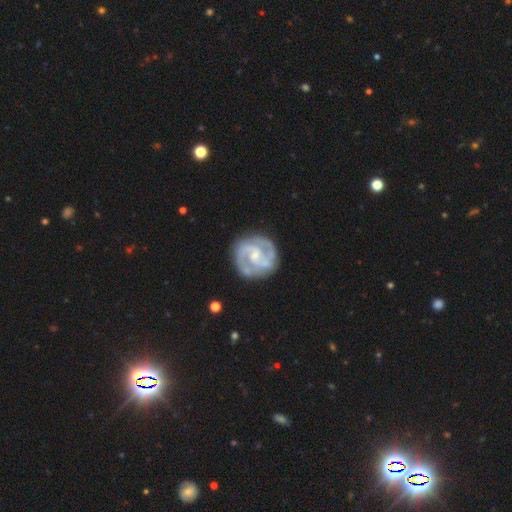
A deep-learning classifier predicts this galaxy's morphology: smooth-or-featured: featured or disk: 88% | smooth: 8% | star or artifact: 4%
  disk-edge-on: no: 98% | yes: 2%
    bar: weak: 49% | no: 36% | strong: 15%
    has-spiral-arms: yes: 97% | no: 3%
      spiral-winding: medium: 48% | tight: 43% | loose: 9%
      spiral-arm-count: 2: 80% | 3: 9% | can't tell: 5% | 1: 2% | 4: 2% | more than 4: 2%
    bulge-size: small: 56% | moderate: 34% | none: 7% | large: 2% | dominant: 1%
  merging: none: 79% | minor disturbance: 14% | major disturbance: 5% | merger: 2%